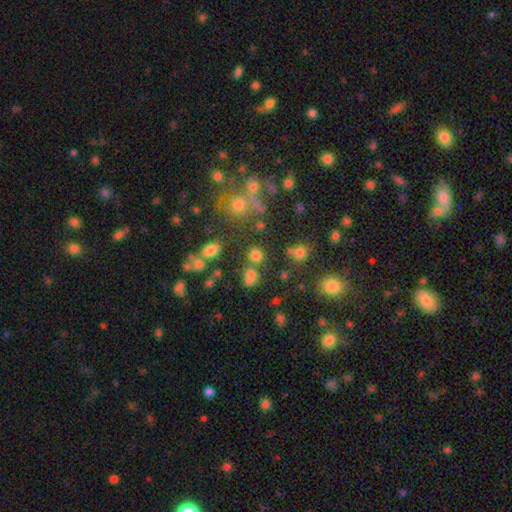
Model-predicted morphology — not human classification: This is likely a smooth galaxy (71%). How rounded: clearly round (87%). Merging: likely none (70%).